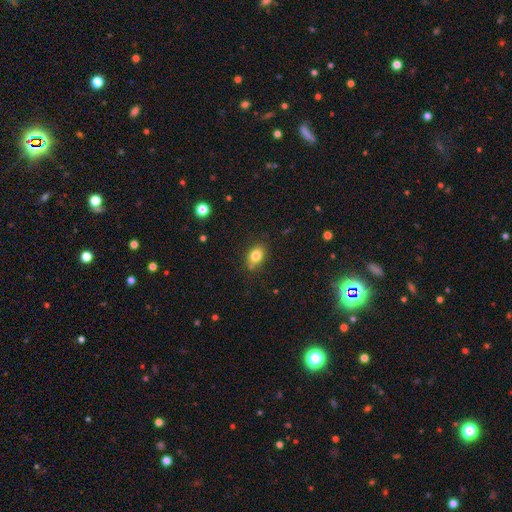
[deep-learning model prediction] Morphology: type=smooth (81%); roundness=in between (74%); merging=none (77%).